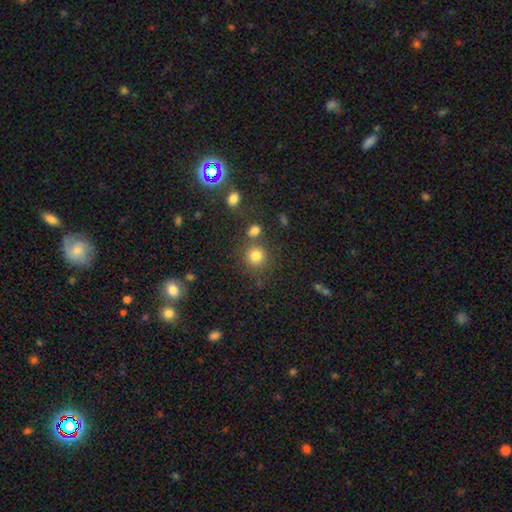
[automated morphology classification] smooth_or_featured: smooth (p=0.80) [alt: star or artifact p=0.13]
how_rounded: round (p=0.88) [alt: in between p=0.11]
merging: none (p=0.72) [alt: merger p=0.14]